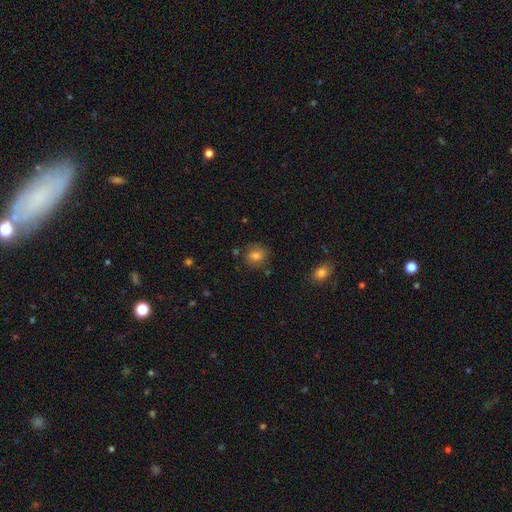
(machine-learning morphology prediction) Smooth or featured: smooth — 73% (featured or disk — 16%)
How rounded: round — 62% (in between — 37%)
Merging: none — 75% (minor disturbance — 17%)